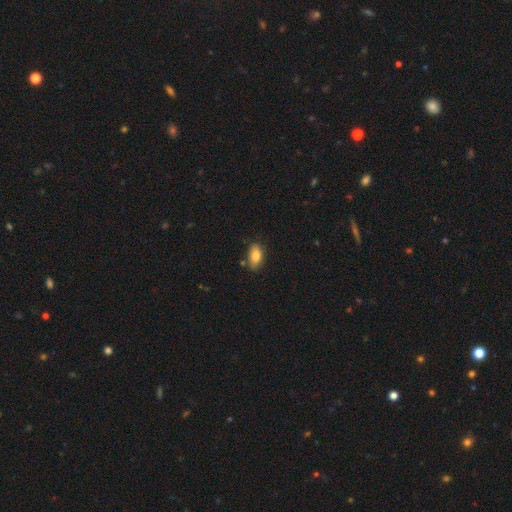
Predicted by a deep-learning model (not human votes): Smooth or featured? smooth (83%)
How rounded? in between (91%)
Merging? none (79%)